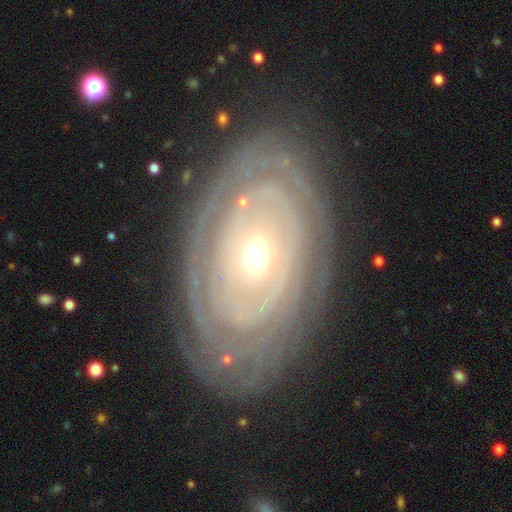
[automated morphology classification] This appears to be a featured or disk galaxy (81%) with no bar (83%), tight (84%) spiral arms (73%) and a small central bulge (50%). Merging: none (79%).